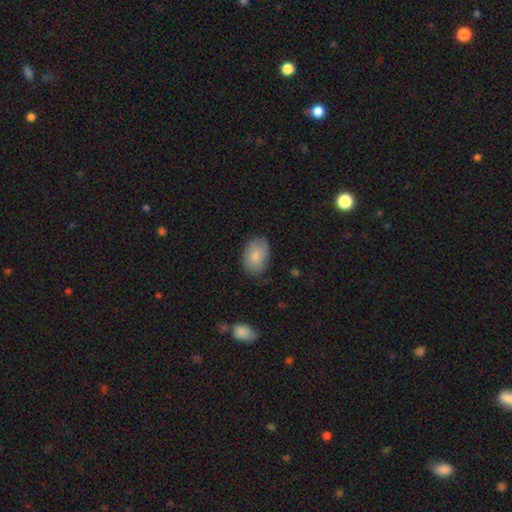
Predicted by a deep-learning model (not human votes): smooth 84%, featured or disk 10%, star or artifact 7%. Down the decision tree: how rounded — in between (82%); merging — none (73%).